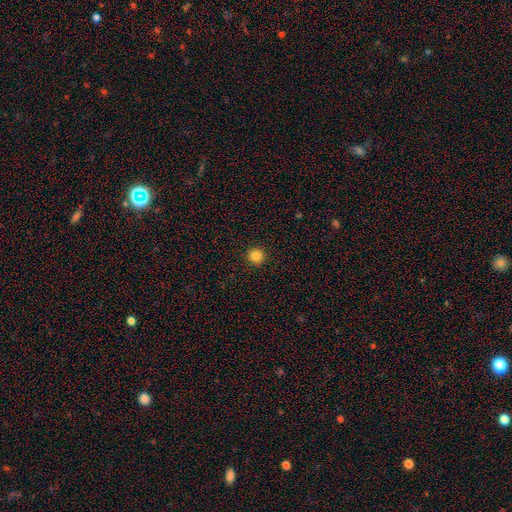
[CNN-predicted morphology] type=smooth (85%); roundness=round (96%); merging=none (94%).